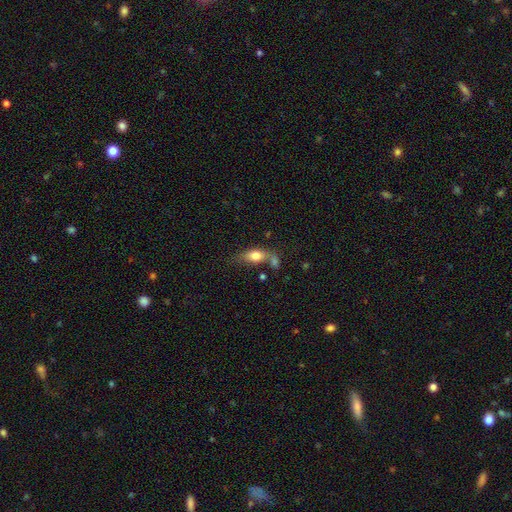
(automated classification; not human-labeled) smooth 74%, featured or disk 18%, star or artifact 8%. Down the decision tree: how rounded — in between (80%); merging — none (40%).